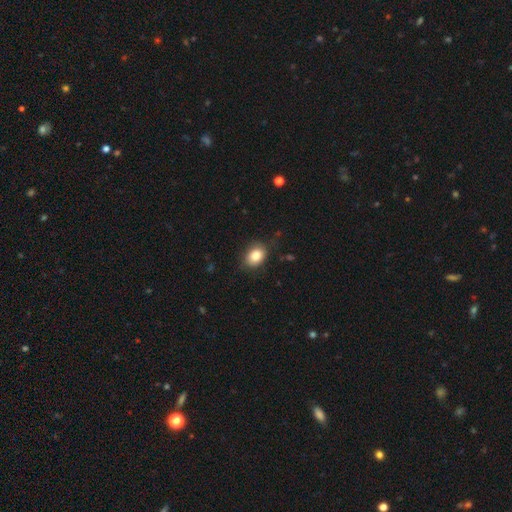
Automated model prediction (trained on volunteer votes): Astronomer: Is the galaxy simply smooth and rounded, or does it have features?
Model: smooth — 85%.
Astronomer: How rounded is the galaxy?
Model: in between — 69%.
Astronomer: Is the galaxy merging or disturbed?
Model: none — 78%.